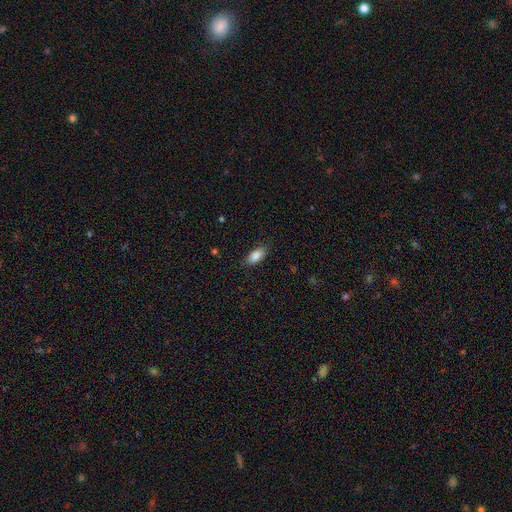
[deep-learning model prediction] smooth-or-featured: smooth: 85% | featured or disk: 7% | star or artifact: 7%
  how-rounded: in between: 88% | cigar-shaped: 9% | round: 4%
  merging: none: 78% | minor disturbance: 17% | major disturbance: 4% | merger: 1%